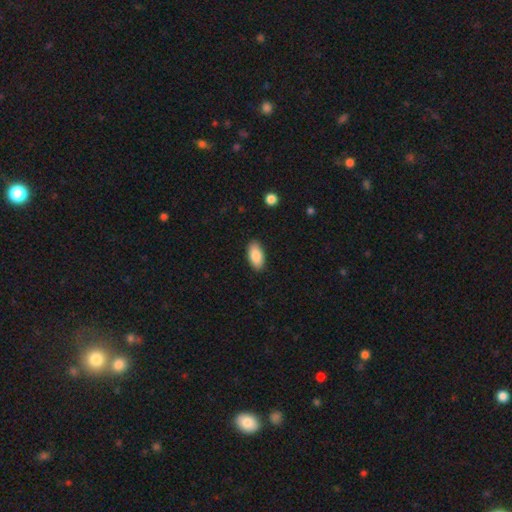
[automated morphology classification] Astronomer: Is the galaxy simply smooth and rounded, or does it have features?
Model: smooth — 87%.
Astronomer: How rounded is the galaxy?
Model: in between — 93%.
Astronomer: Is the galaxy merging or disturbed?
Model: none — 88%.